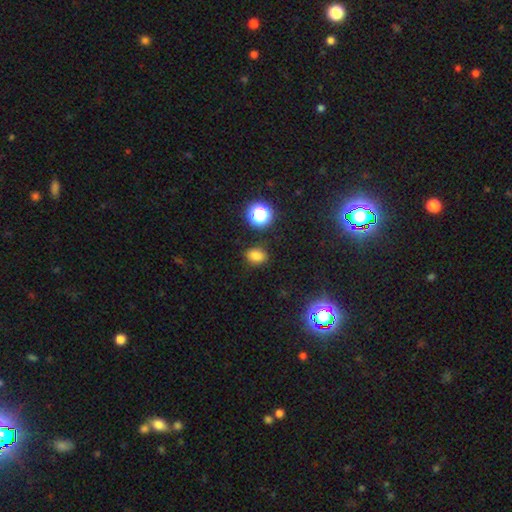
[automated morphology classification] A smooth galaxy with no disk features (77%) that is in between round and cigar-shaped (58%).

Vote fractions:
- Smooth or featured? smooth: 77% / star or artifact: 17% / featured or disk: 5%
- How rounded? in between: 58% / round: 41% / cigar-shaped: 1%
- Merging? none: 85% / minor disturbance: 10% / major disturbance: 3% / merger: 2%